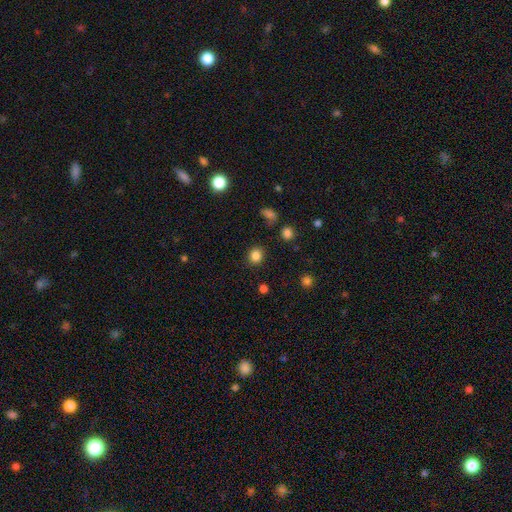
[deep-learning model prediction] Smooth or featured? Predicted: smooth (p=0.84). How rounded? Predicted: round (p=0.80). Merging? Predicted: none (p=0.88).